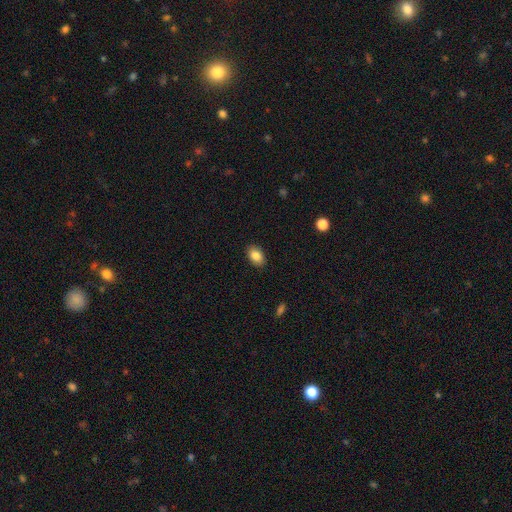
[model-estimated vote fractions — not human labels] Smooth or featured: smooth — 86% (star or artifact — 8%)
How rounded: in between — 85% (round — 13%)
Merging: none — 88% (minor disturbance — 9%)